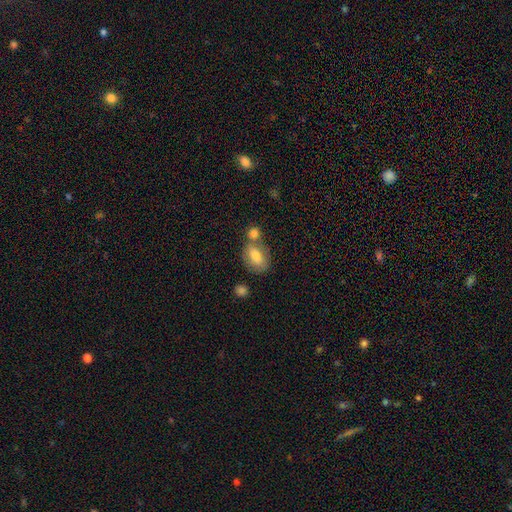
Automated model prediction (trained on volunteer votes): smooth 75%, featured or disk 17%, star or artifact 8%. Down the decision tree: how rounded — in between (81%); merging — none (47%).